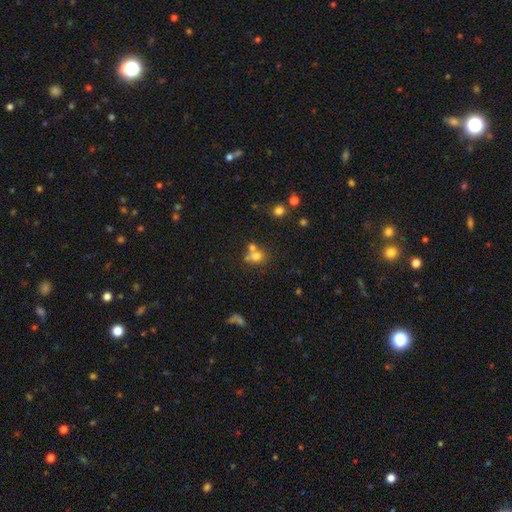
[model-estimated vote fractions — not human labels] smooth-or-featured: smooth: 69% | featured or disk: 16% | star or artifact: 15%
  how-rounded: round: 65% | in between: 34% | cigar-shaped: 1%
  merging: merger: 44% | none: 40% | minor disturbance: 11% | major disturbance: 5%